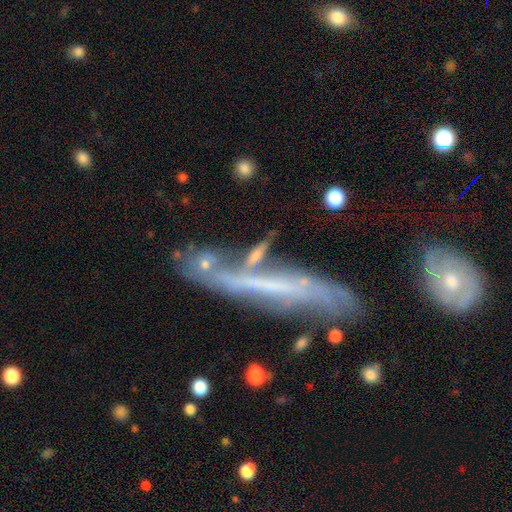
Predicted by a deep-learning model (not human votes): A featured or disk galaxy (42%).

Vote fractions:
- Smooth or featured? featured or disk: 42% / smooth: 39% / star or artifact: 19%
- Merging? none: 43% / merger: 29% / minor disturbance: 15% / major disturbance: 13%